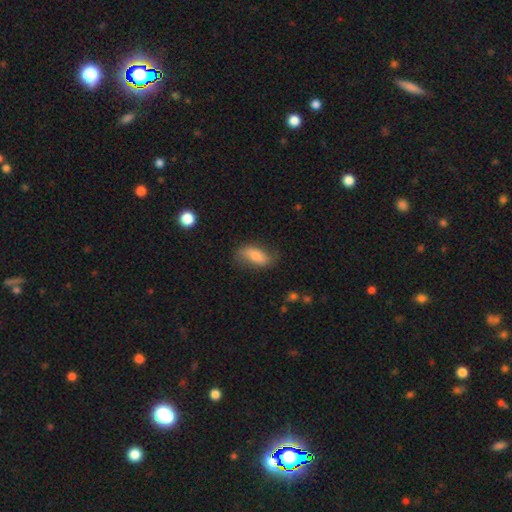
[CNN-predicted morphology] This is likely a smooth galaxy (64%). How rounded: clearly in between (81%). Merging: likely none (68%).